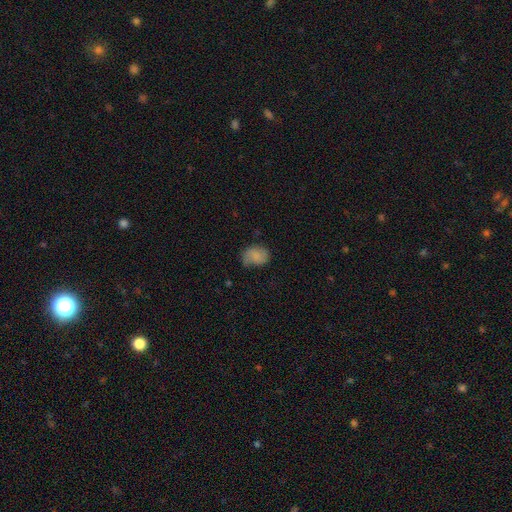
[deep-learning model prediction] The model was most divided on "how rounded": in between: 63%, round: 36%, cigar-shaped: 1%. More confident: smooth or featured — smooth (65%); merging — none (57%).